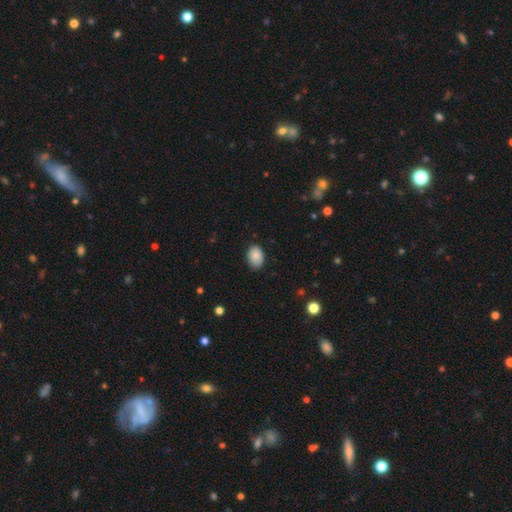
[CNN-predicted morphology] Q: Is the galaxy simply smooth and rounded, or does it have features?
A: smooth — 88%.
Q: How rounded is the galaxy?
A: in between — 82%.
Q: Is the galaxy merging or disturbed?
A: none — 79%.